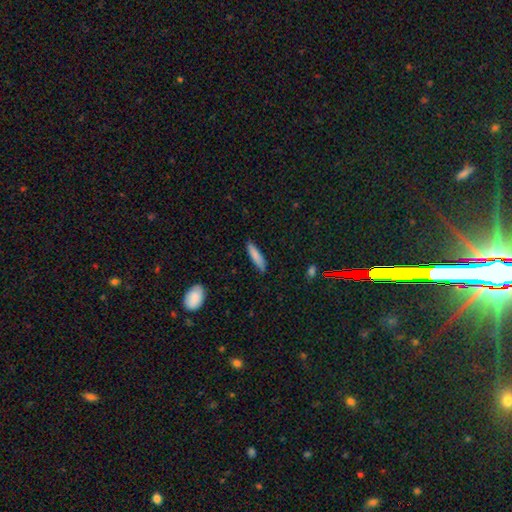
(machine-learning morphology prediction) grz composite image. It shows a smooth galaxy with no disk features (83%) that is cigar-shaped (78%). Merging: none (84%).